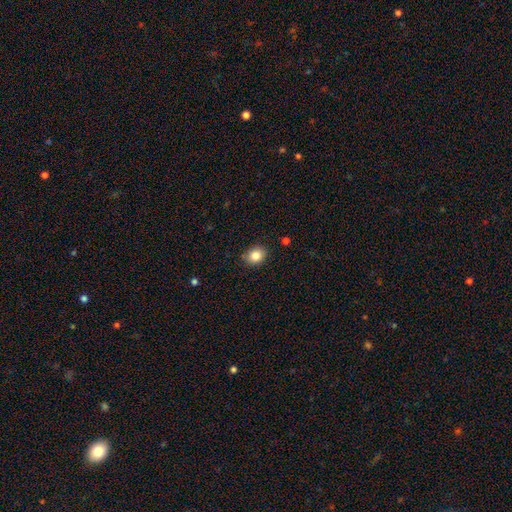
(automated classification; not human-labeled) smooth-or-featured: smooth: 84% | star or artifact: 10% | featured or disk: 6%
  how-rounded: round: 56% | in between: 44% | cigar-shaped: 1%
  merging: none: 85% | minor disturbance: 12% | major disturbance: 2% | merger: 1%